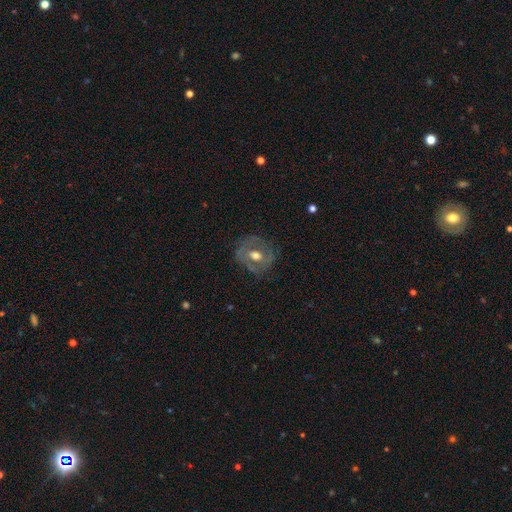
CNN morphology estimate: A featured or disk galaxy (64%) with no bar (55%), no spiral arms (59%) and a moderate central bulge (74%). Merging: none (71%).